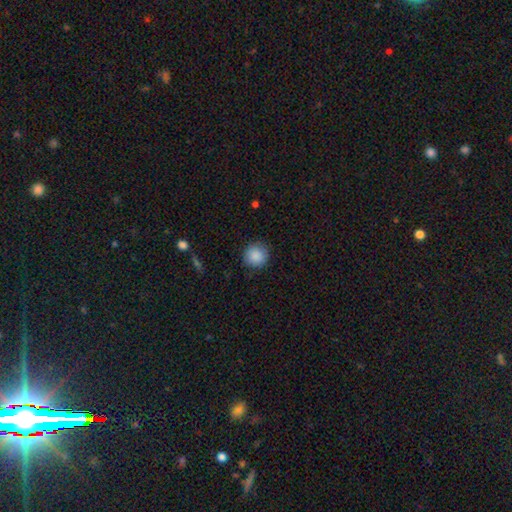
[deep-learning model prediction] Overall: smooth (88%). How rounded: round (92%). Merging: none (87%).